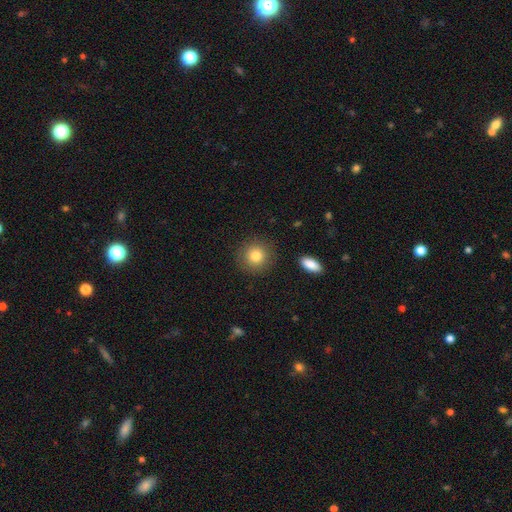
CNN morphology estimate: This appears to be a smooth galaxy with no disk features (81%) that is round (92%). Merging: none (88%).